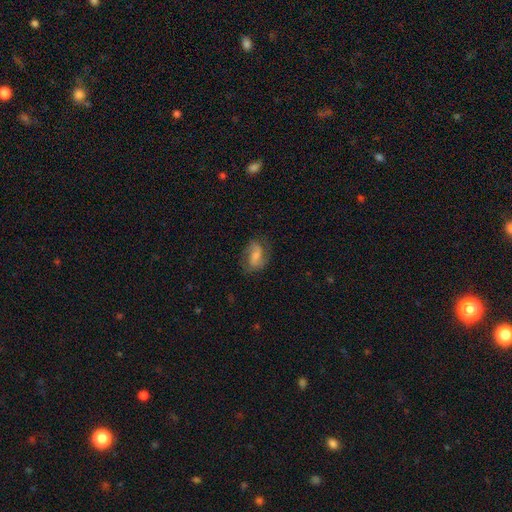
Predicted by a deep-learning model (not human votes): The model was most divided on "bar": weak: 43%, no: 38%, strong: 20%. Remaining: edge-on disk — no (96%); spiral arms — yes (87%); merging — none (66%); smooth or featured — featured or disk (56%); bulge size — small (44%).